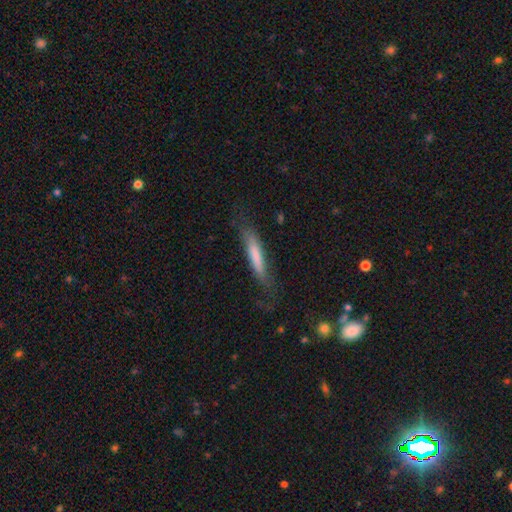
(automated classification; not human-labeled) A smooth galaxy with no disk features (64%) that is cigar-shaped (91%). Merging: none (66%).